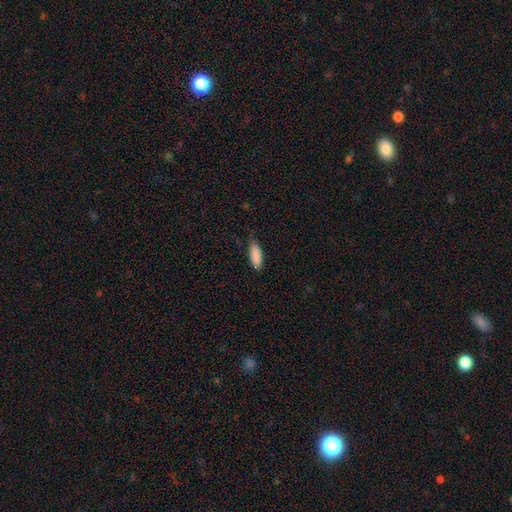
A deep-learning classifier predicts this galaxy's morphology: smooth-or-featured: smooth: 89% | star or artifact: 6% | featured or disk: 5%
  how-rounded: in between: 71% | cigar-shaped: 27% | round: 2%
  merging: none: 74% | minor disturbance: 21% | major disturbance: 3% | merger: 1%